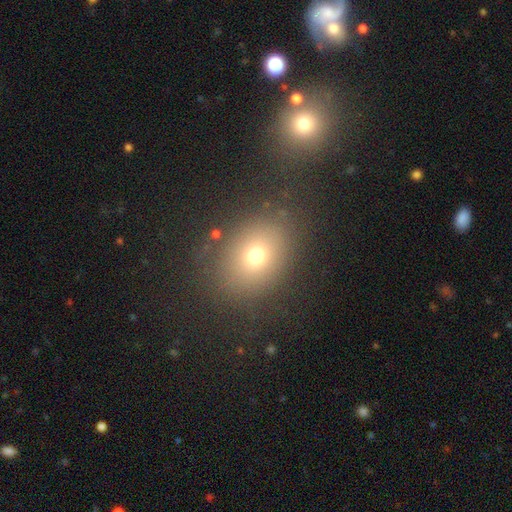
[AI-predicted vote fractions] smooth 70%, star or artifact 17%, featured or disk 13%. Down the decision tree: how rounded — in between (53%); merging — none (80%).